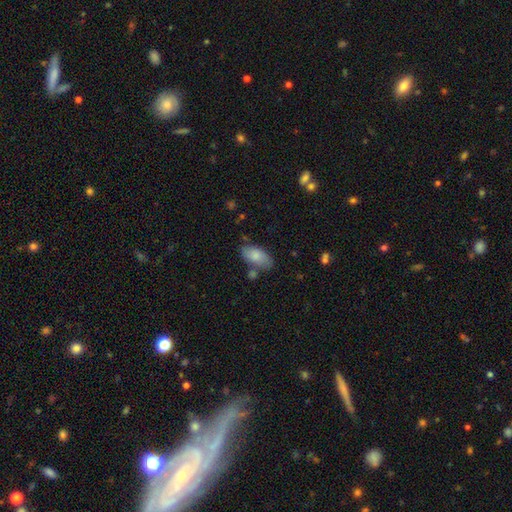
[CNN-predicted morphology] This appears to be a smooth galaxy with no disk features (81%) that is in between round and cigar-shaped (93%). Merging: none (66%).